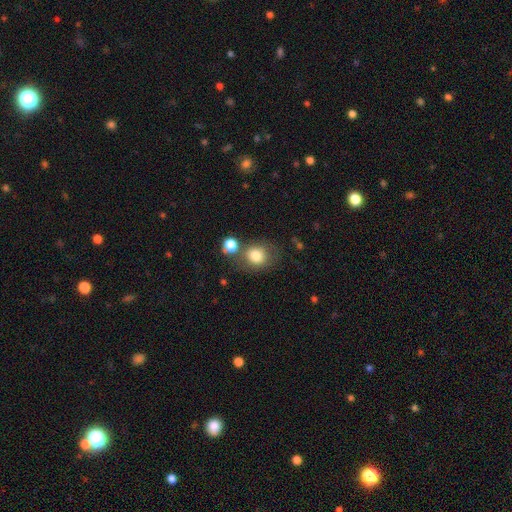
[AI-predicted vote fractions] smooth_or_featured: smooth (p=0.79) [alt: star or artifact p=0.10]
how_rounded: round (p=0.67) [alt: in between p=0.32]
merging: none (p=0.59) [alt: merger p=0.19]